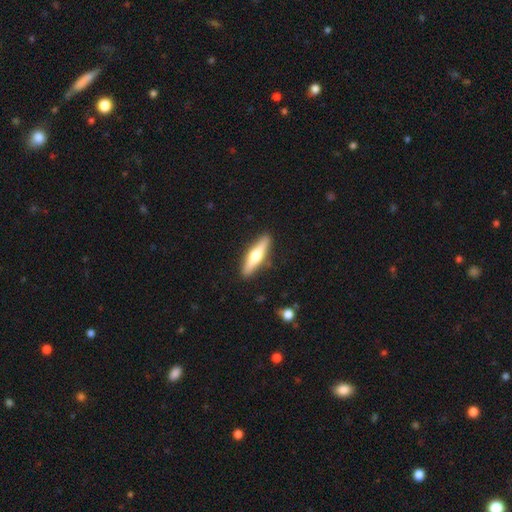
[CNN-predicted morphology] This appears to be a featured or disk galaxy (53%) viewed edge-on (94%). Merging: none (90%).